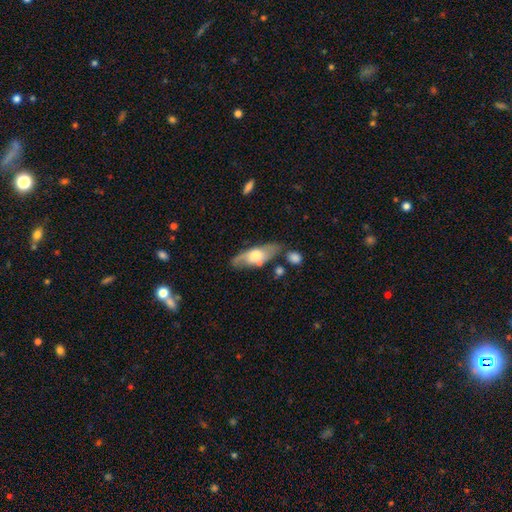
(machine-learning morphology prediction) The model was most divided on "smooth or featured": featured or disk: 48%, smooth: 47%, star or artifact: 6%. More confident: merging — none (64%).